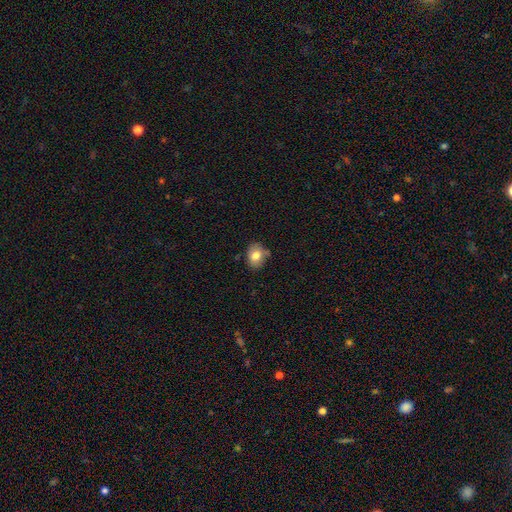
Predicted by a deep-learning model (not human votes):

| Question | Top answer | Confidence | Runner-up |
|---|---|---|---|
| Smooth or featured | smooth | 79% | featured or disk (12%) |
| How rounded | in between | 50% | round (49%) |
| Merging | none | 72% | minor disturbance (20%) |